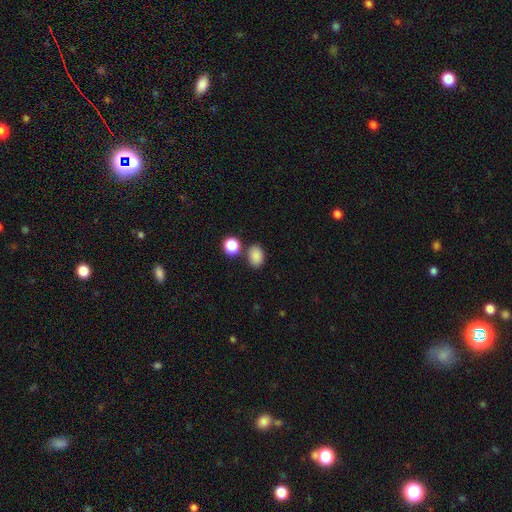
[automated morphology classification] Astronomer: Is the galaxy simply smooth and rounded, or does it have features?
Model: smooth — 86%.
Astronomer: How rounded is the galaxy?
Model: in between — 73%.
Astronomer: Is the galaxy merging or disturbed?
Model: none — 76%.